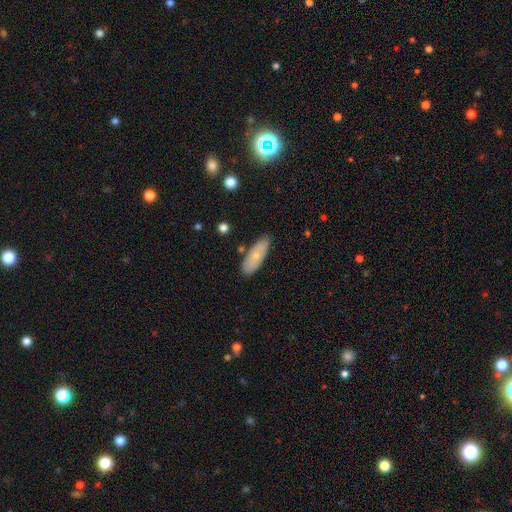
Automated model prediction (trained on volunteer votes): Smooth or featured: smooth — 67% (featured or disk — 27%)
How rounded: in between — 68% (cigar-shaped — 30%)
Merging: none — 80% (minor disturbance — 15%)